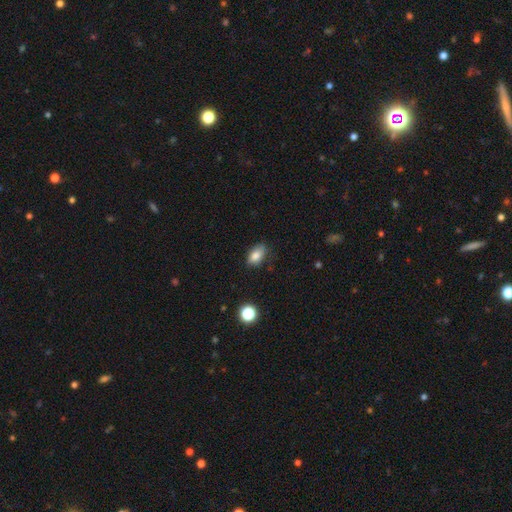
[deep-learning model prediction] The model was most divided on "merging": none: 76%, minor disturbance: 19%, major disturbance: 3%, merger: 1%. More confident: how rounded — in between (89%); smooth or featured — smooth (83%).